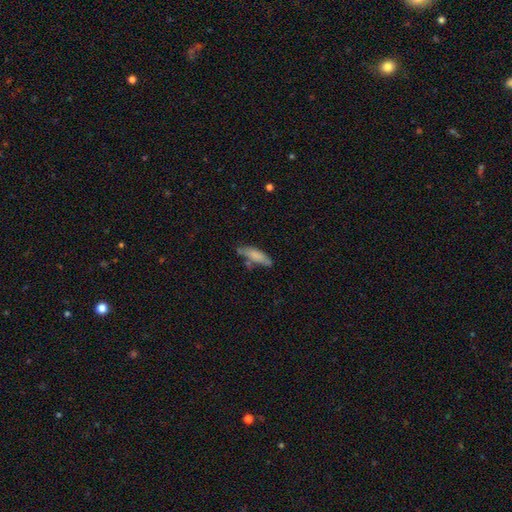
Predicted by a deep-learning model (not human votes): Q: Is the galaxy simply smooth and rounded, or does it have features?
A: smooth — 76%.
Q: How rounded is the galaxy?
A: cigar-shaped — 57%.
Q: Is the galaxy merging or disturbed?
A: none — 59%.